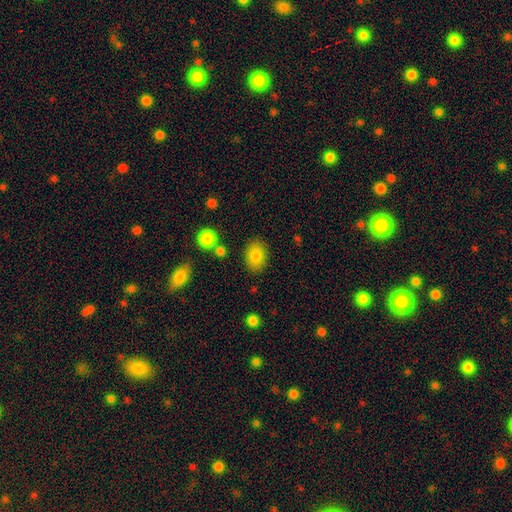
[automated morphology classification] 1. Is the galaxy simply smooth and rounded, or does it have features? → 84% smooth, 8% featured or disk, 8% star or artifact.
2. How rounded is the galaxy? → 78% in between, 21% round, 1% cigar-shaped.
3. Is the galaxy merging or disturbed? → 84% none, 10% minor disturbance, 3% merger, 3% major disturbance.